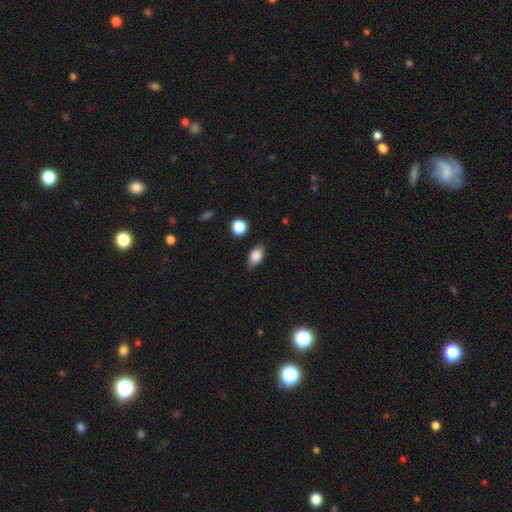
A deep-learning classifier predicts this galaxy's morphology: This is clearly a smooth galaxy (83%). How rounded: clearly in between (86%). Merging: likely none (78%).